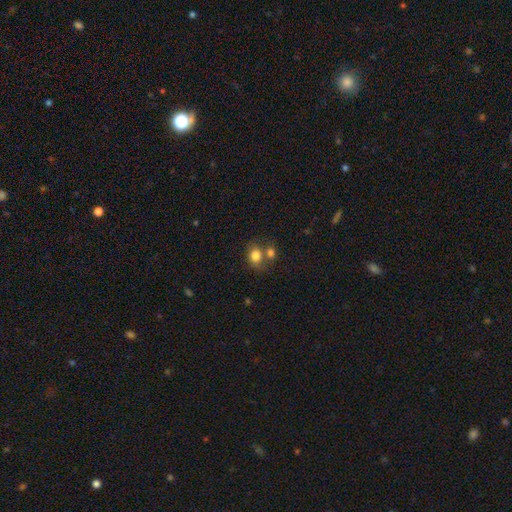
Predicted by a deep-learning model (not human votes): Smooth or featured? smooth (80%)
How rounded? round (54%)
Merging? none (45%)